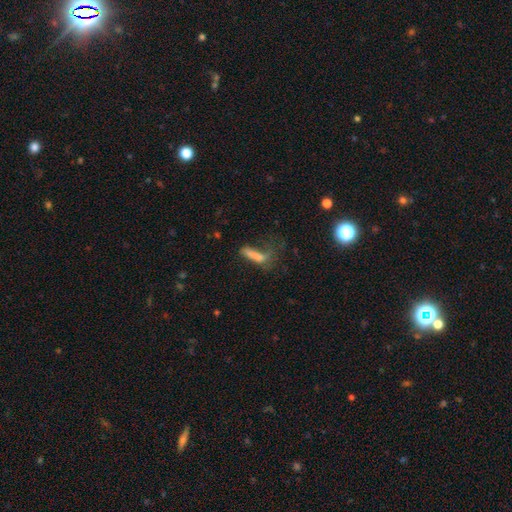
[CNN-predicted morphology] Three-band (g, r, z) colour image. It shows a smooth galaxy with no disk features (71%) that is cigar-shaped (67%). Merging: major disturbance (44%).